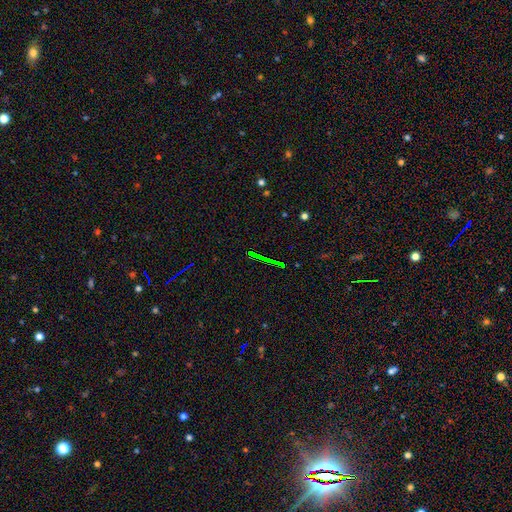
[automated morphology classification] Overall: star or artifact (67%).